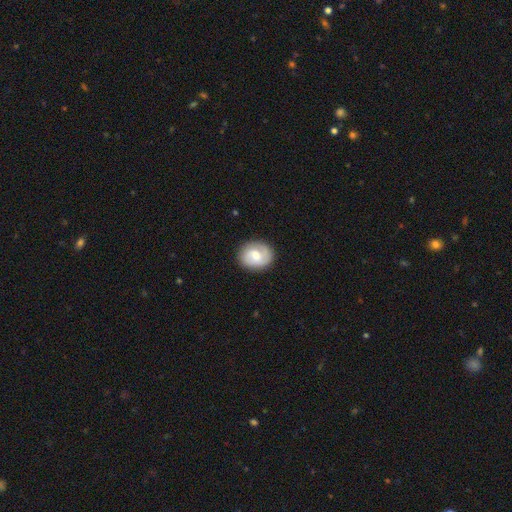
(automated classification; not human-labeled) Smooth or featured: smooth — 47% (featured or disk — 46%)
Merging: none — 84% (minor disturbance — 11%)